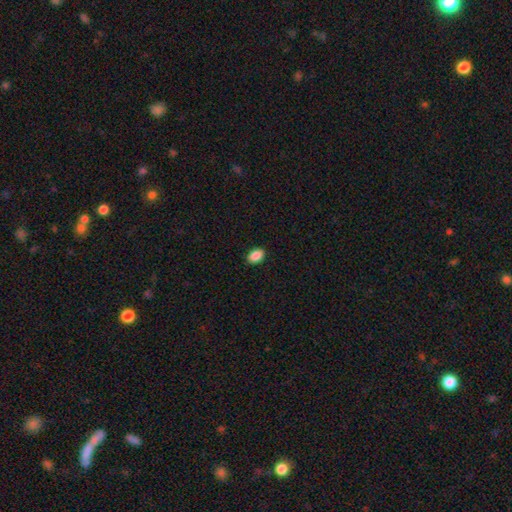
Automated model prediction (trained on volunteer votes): A smooth galaxy with no disk features (89%) that is in between round and cigar-shaped (84%). Merging: none (91%).